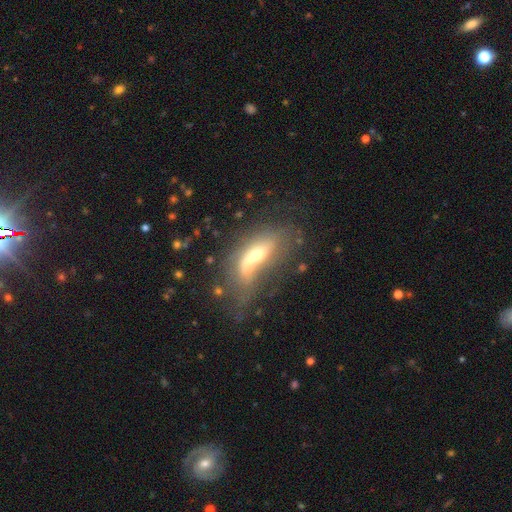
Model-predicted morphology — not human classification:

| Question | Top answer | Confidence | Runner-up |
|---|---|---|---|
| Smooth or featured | featured or disk | 47% | smooth (42%) |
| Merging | merger | 45% | none (22%) |